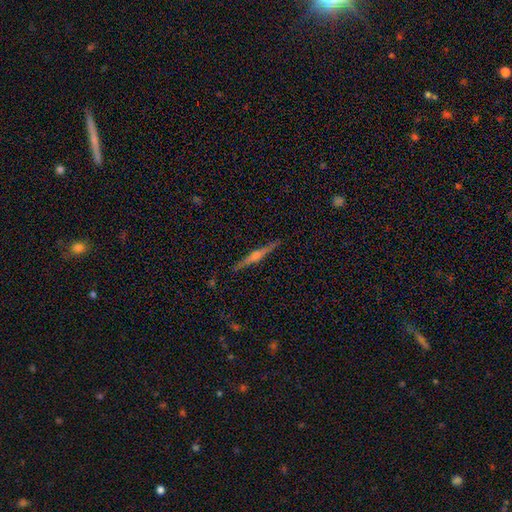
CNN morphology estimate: Smooth or featured?
  - featured or disk: 76% *
  - smooth: 17%
  - star or artifact: 7%
Edge-on disk?
  - yes: 98% *
  - no: 2%
Edge-on bulge?
  - rounded: 76% *
  - boxy: 14%
  - none: 10%
Merging?
  - none: 91% *
  - minor disturbance: 6%
  - major disturbance: 1%
  - merger: 1%